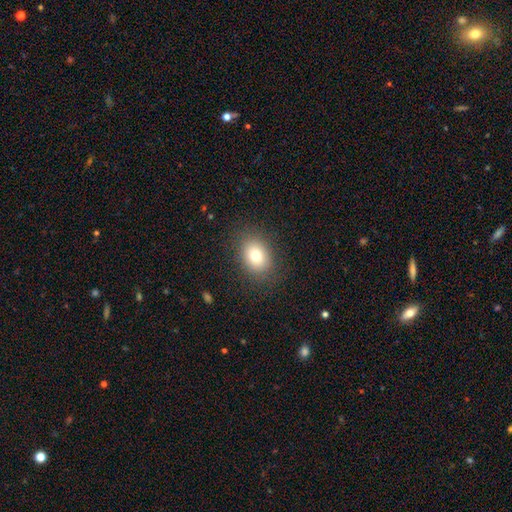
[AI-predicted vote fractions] This is likely a smooth galaxy (79%). How rounded: likely in between (61%). Merging: clearly none (85%).